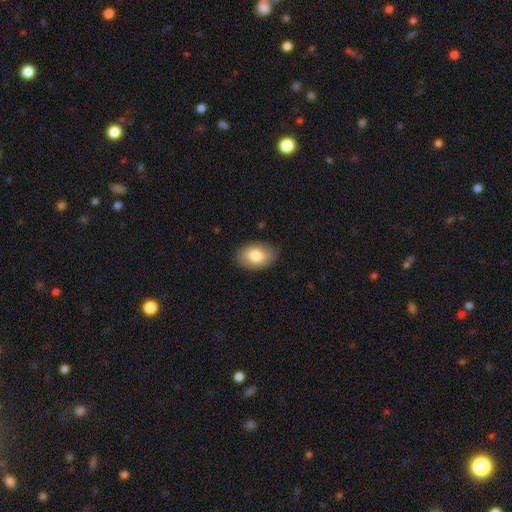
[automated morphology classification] Q: Smooth or featured?
A: smooth (81%); runner-up: featured or disk (12%)
Q: How rounded?
A: in between (86%); runner-up: round (13%)
Q: Merging?
A: none (85%); runner-up: minor disturbance (11%)